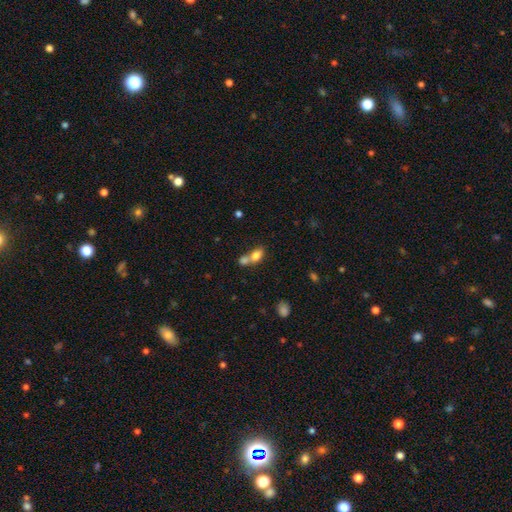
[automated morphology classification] type=smooth (78%); roundness=in between (78%); merging=merger (64%).